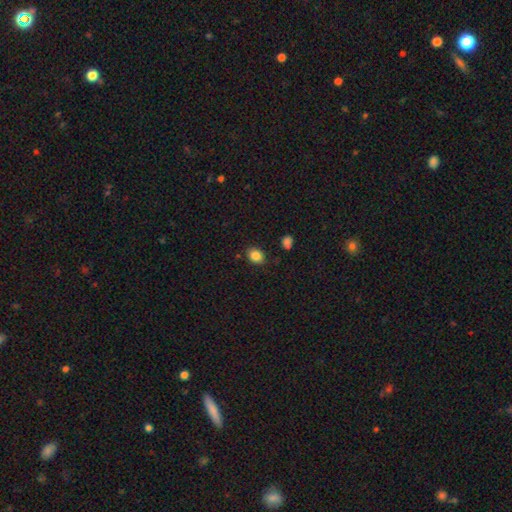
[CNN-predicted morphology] Smooth or featured?
  - smooth: 86% *
  - star or artifact: 10%
  - featured or disk: 5%
How rounded?
  - in between: 58% *
  - round: 41%
  - cigar-shaped: 1%
Merging?
  - none: 83% *
  - minor disturbance: 12%
  - major disturbance: 3%
  - merger: 2%